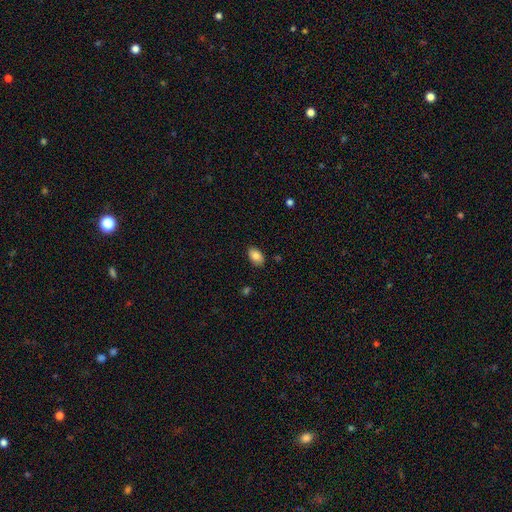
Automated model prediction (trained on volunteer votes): A smooth galaxy with no disk features (83%) that is in between round and cigar-shaped (91%). Merging: none (85%).